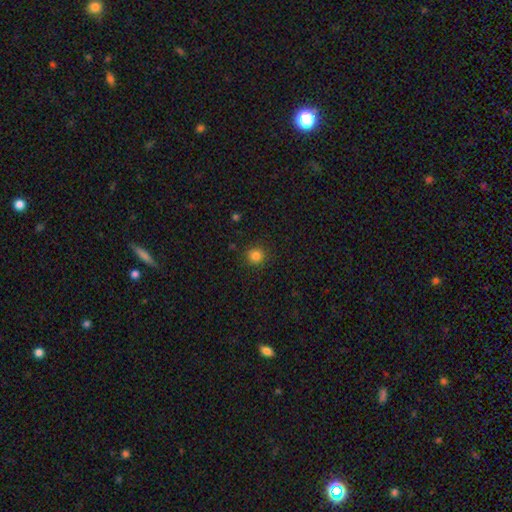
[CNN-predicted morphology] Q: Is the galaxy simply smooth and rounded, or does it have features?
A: smooth — 83%.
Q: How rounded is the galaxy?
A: round — 92%.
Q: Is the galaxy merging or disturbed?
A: none — 90%.